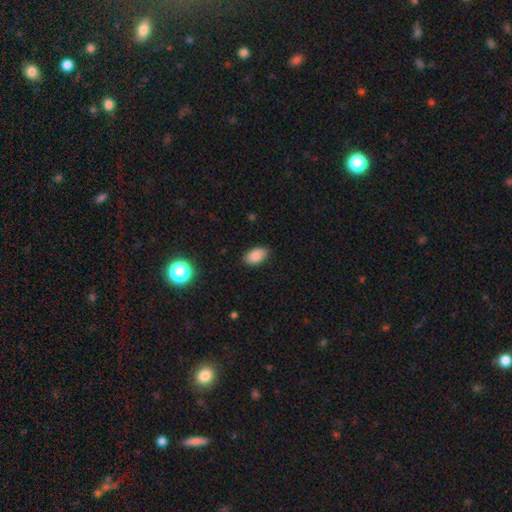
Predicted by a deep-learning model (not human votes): Smooth or featured? Predicted: smooth (p=0.86). How rounded? Predicted: in between (p=0.92). Merging? Predicted: none (p=0.84).